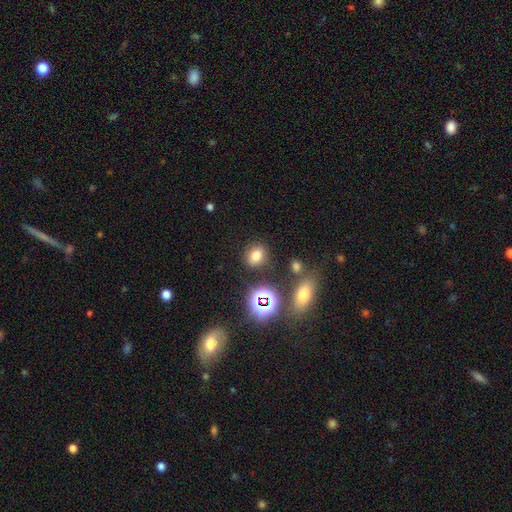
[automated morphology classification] A smooth galaxy with no disk features (70%) that is round (53%).

Vote fractions:
- Smooth or featured? smooth: 70% / star or artifact: 21% / featured or disk: 9%
- How rounded? round: 53% / in between: 46% / cigar-shaped: 2%
- Merging? none: 81% / minor disturbance: 10% / merger: 5% / major disturbance: 4%